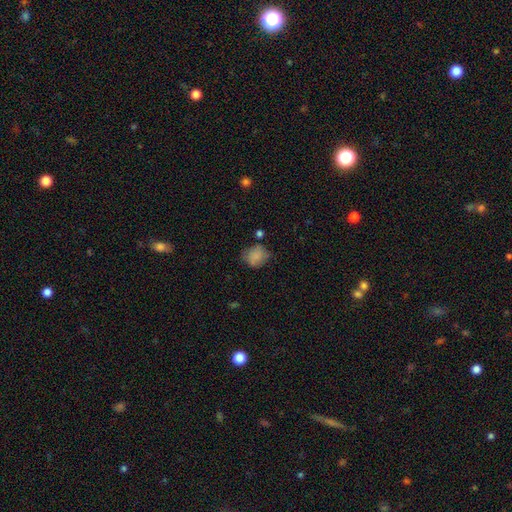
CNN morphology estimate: A smooth galaxy with no disk features (80%) that is round (63%).

Vote fractions:
- Smooth or featured? smooth: 80% / featured or disk: 11% / star or artifact: 9%
- How rounded? round: 63% / in between: 36% / cigar-shaped: 1%
- Merging? none: 59% / minor disturbance: 27% / major disturbance: 9% / merger: 5%